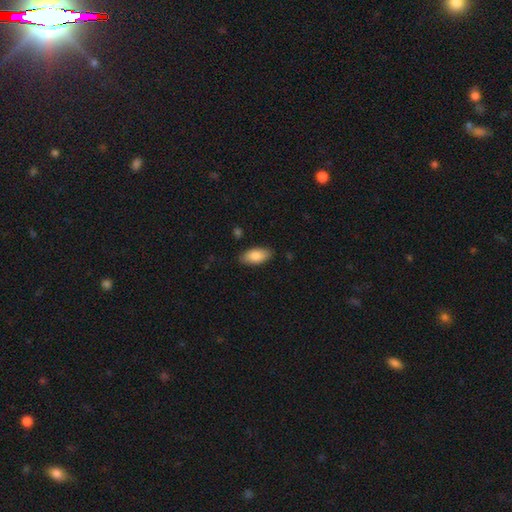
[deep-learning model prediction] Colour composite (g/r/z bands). It shows a smooth galaxy with no disk features (83%) that is in between round and cigar-shaped (91%). Merging: none (85%).